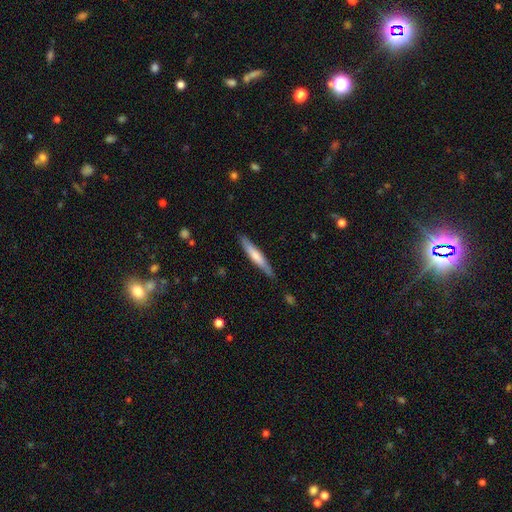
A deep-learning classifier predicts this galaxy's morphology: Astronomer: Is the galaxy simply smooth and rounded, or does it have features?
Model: smooth — 62%.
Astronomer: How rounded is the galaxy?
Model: cigar-shaped — 92%.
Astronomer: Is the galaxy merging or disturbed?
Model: none — 84%.